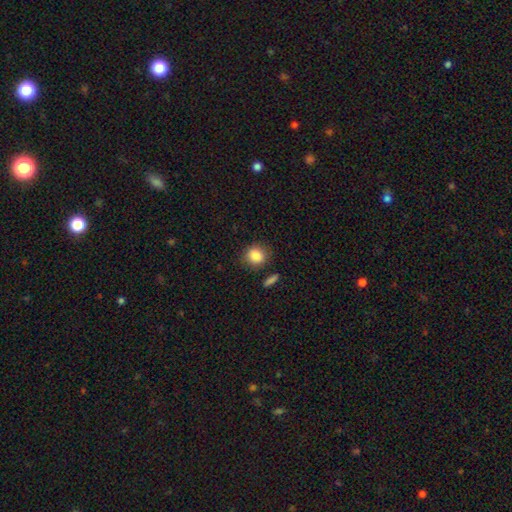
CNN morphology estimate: Q: Smooth or featured?
A: smooth (86%); runner-up: star or artifact (9%)
Q: How rounded?
A: round (77%); runner-up: in between (22%)
Q: Merging?
A: none (82%); runner-up: minor disturbance (11%)